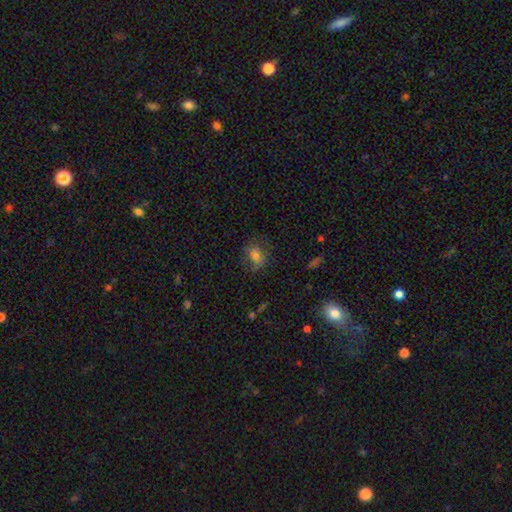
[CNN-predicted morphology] The model was most divided on "how rounded": in between: 60%, round: 38%, cigar-shaped: 2%. More confident: smooth or featured — smooth (69%); merging — none (67%).